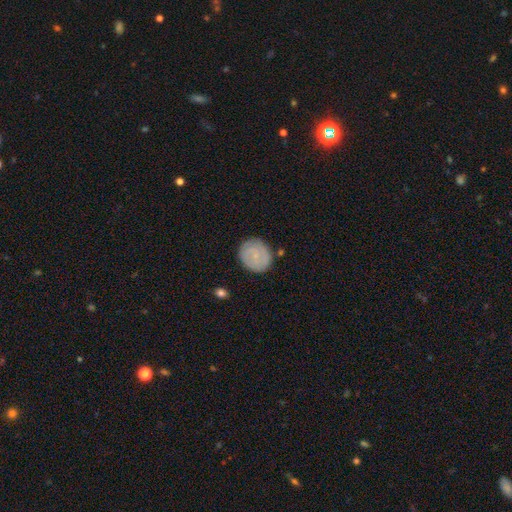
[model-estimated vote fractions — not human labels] This is possibly a smooth galaxy (56%). How rounded: clearly round (80%). Merging: clearly none (83%).